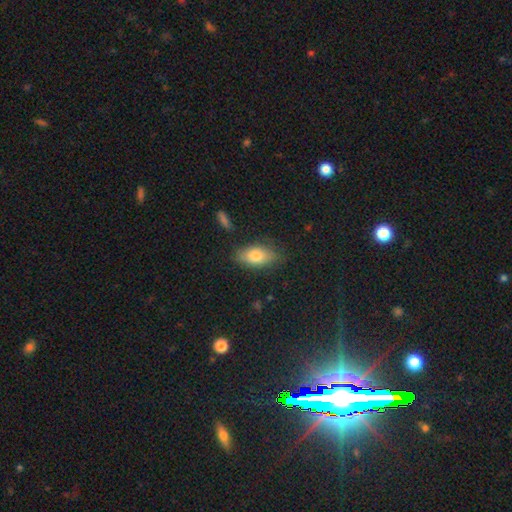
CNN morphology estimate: smooth 78%, featured or disk 15%, star or artifact 8%. Down the decision tree: how rounded — in between (87%); merging — none (79%).